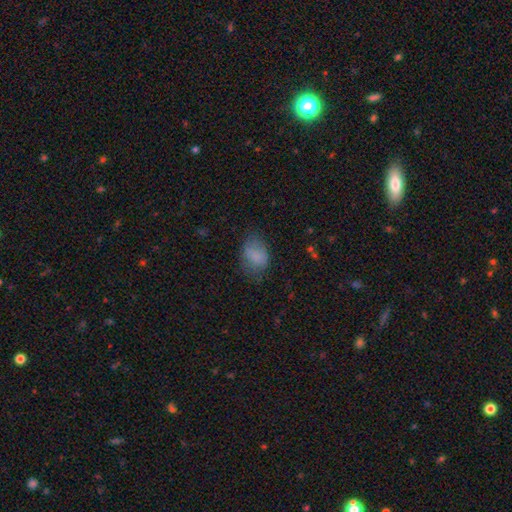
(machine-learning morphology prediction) type=smooth (77%); roundness=in between (77%); merging=none (58%).